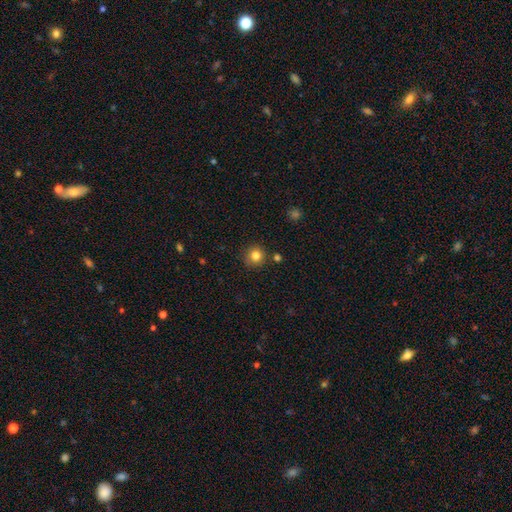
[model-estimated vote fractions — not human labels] Overall: smooth (82%). How rounded: round (92%). Merging: none (83%).